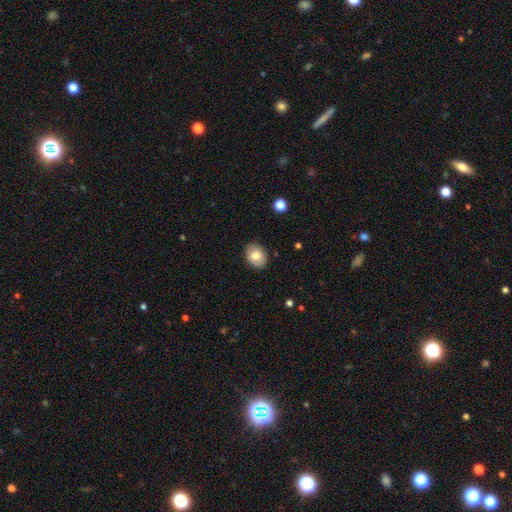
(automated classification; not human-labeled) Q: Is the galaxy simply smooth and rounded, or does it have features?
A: smooth — 78%.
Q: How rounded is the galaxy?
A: in between — 66%.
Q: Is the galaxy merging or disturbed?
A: none — 86%.